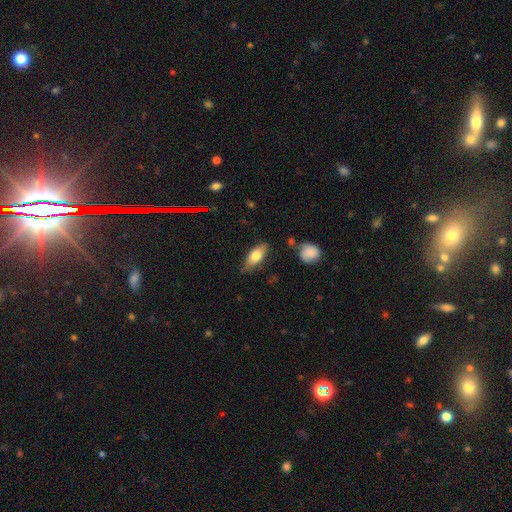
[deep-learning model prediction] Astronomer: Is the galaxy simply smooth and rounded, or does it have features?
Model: smooth — 69%.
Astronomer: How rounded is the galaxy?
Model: in between — 78%.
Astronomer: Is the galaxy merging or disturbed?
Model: none — 75%.